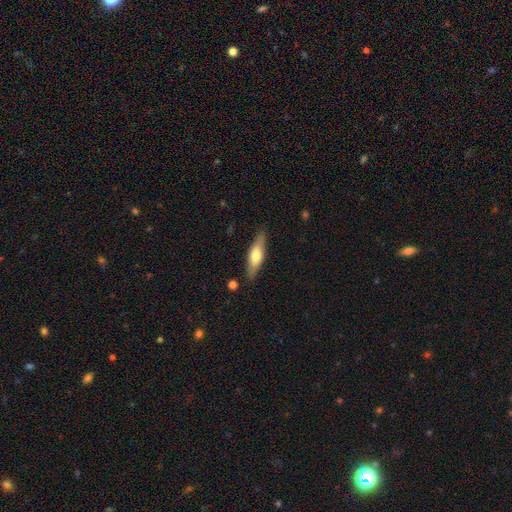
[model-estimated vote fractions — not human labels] Q: Smooth or featured?
A: smooth (55%); runner-up: featured or disk (39%)
Q: How rounded?
A: cigar-shaped (59%); runner-up: in between (39%)
Q: Merging?
A: none (85%); runner-up: minor disturbance (11%)